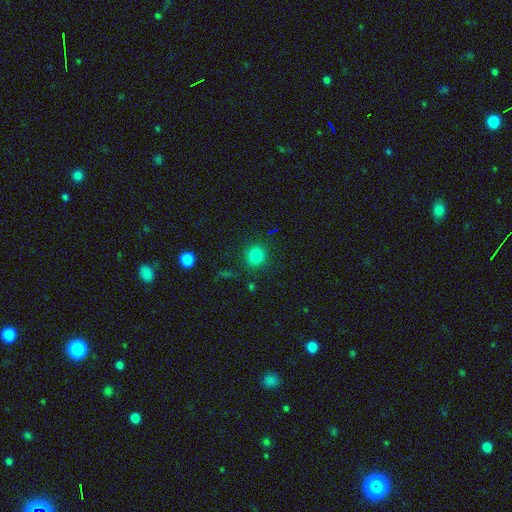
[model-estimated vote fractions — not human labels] Overall: smooth (81%). How rounded: round (89%). Merging: none (88%).